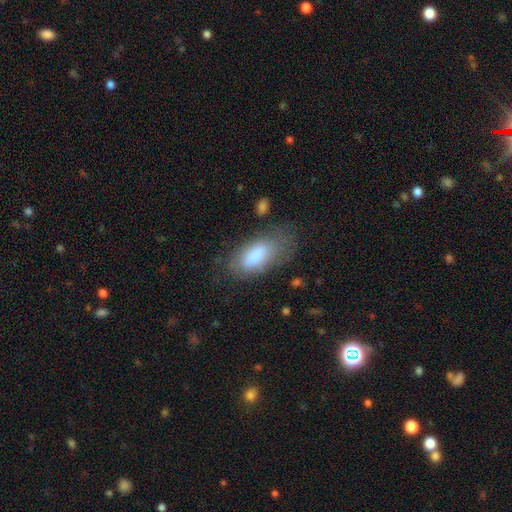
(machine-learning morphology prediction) Smooth or featured: smooth — 79% (featured or disk — 14%)
How rounded: in between — 89% (cigar-shaped — 8%)
Merging: none — 51% (minor disturbance — 27%)